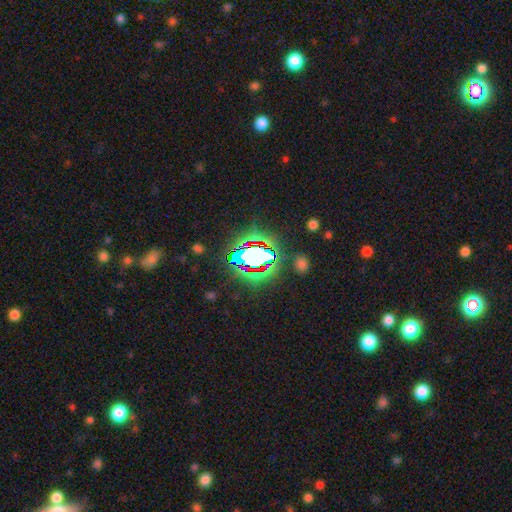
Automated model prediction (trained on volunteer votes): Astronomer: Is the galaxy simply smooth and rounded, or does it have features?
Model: star or artifact — 68%.